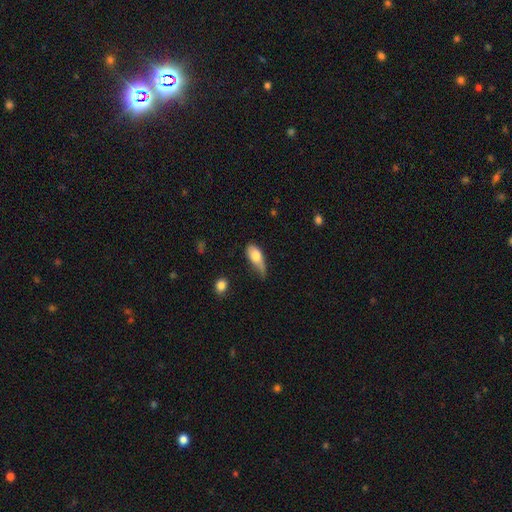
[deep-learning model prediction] smooth 74%, featured or disk 19%, star or artifact 7%. Down the decision tree: how rounded — in between (81%); merging — minor disturbance (45%).